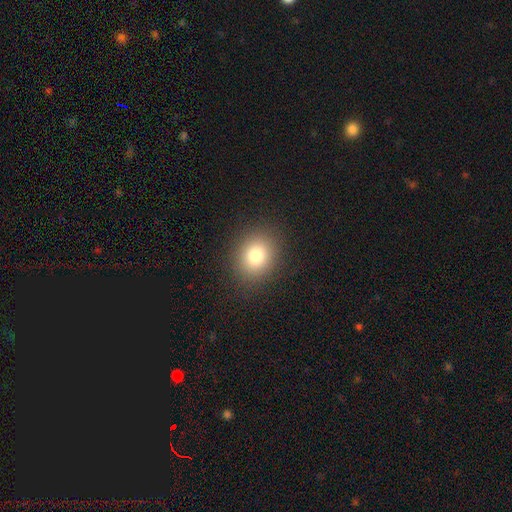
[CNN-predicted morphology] Smooth or featured: smooth — 80% (star or artifact — 12%)
How rounded: round — 67% (in between — 32%)
Merging: none — 88% (minor disturbance — 8%)